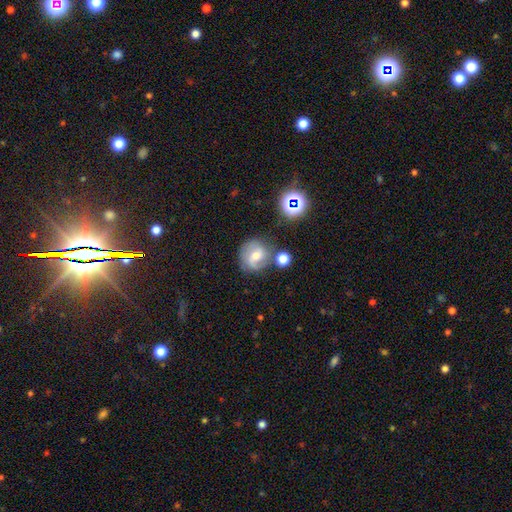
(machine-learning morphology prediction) This appears to be a featured or disk galaxy (55%) with a weak bar (46%), spiral arms (84%) and a moderate central bulge (56%). Merging: none (62%).